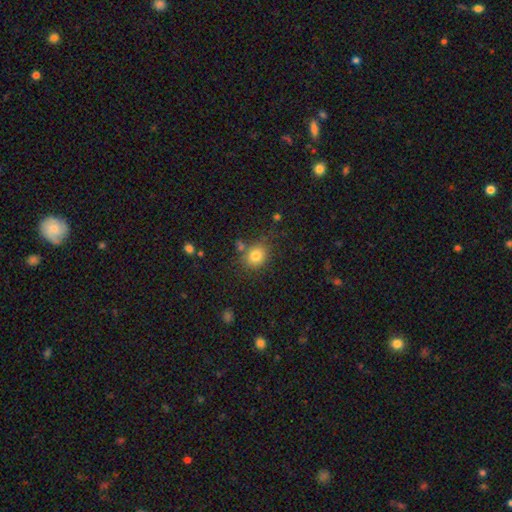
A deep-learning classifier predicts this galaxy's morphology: Smooth or featured?
  - smooth: 80% *
  - star or artifact: 11%
  - featured or disk: 8%
How rounded?
  - round: 58% *
  - in between: 41%
  - cigar-shaped: 1%
Merging?
  - none: 74% *
  - minor disturbance: 13%
  - merger: 8%
  - major disturbance: 4%